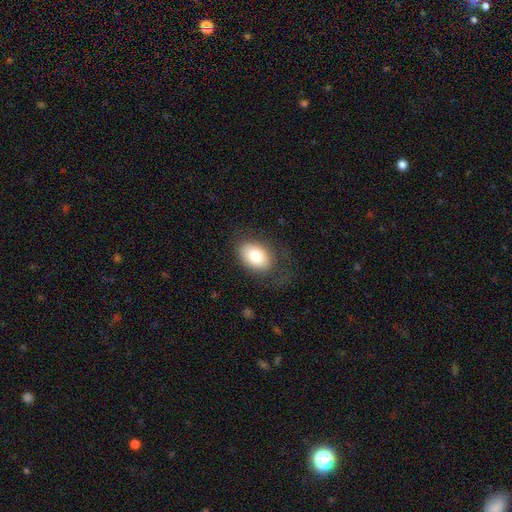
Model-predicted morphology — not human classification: The model was most divided on "merging": none: 71%, minor disturbance: 17%, major disturbance: 10%, merger: 1%. More confident: how rounded — in between (84%); smooth or featured — smooth (78%).